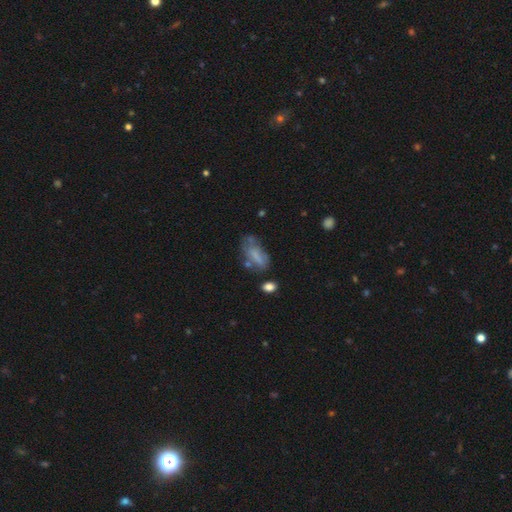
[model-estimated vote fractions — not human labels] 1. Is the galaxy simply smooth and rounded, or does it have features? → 60% smooth, 29% featured or disk, 11% star or artifact.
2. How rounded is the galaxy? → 77% in between, 19% cigar-shaped, 4% round.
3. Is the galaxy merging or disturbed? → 41% none, 29% minor disturbance, 21% major disturbance, 9% merger.